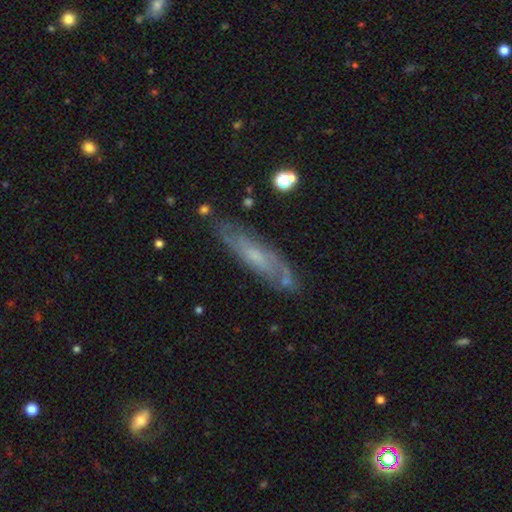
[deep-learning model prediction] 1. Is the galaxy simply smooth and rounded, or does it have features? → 65% featured or disk, 28% smooth, 7% star or artifact.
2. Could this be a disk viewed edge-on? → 60% no, 40% yes.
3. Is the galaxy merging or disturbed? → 76% none, 17% minor disturbance, 4% major disturbance, 3% merger.